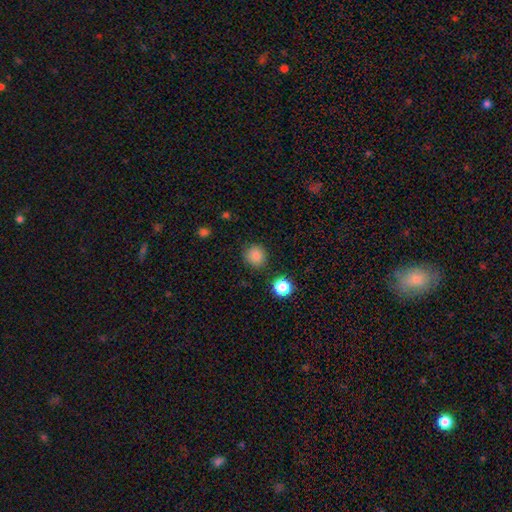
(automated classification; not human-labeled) Smooth or featured?
  - smooth: 85% *
  - star or artifact: 11%
  - featured or disk: 4%
How rounded?
  - round: 88% *
  - in between: 11%
  - cigar-shaped: 1%
Merging?
  - none: 85% *
  - minor disturbance: 9%
  - major disturbance: 3%
  - merger: 3%